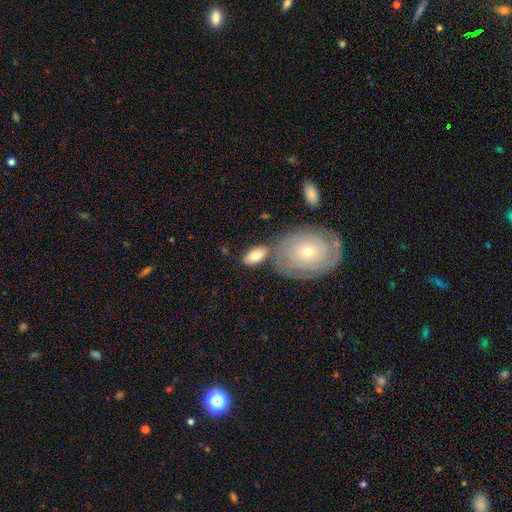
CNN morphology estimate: smooth_or_featured: smooth (p=0.70) [alt: featured or disk p=0.24]
how_rounded: in between (p=0.91) [alt: round p=0.06]
merging: none (p=0.61) [alt: merger p=0.18]